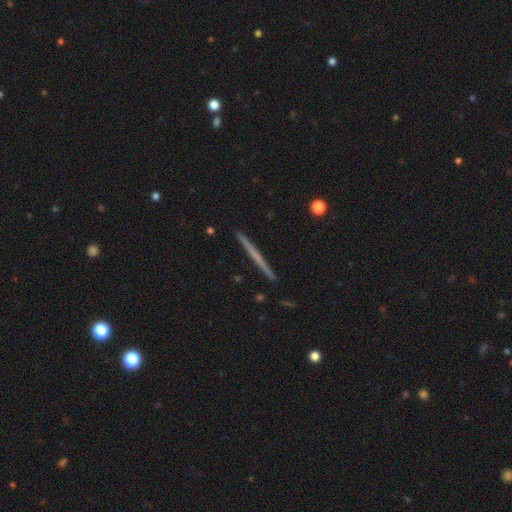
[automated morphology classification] The model was most divided on "smooth or featured": featured or disk: 56%, smooth: 39%, star or artifact: 5%. More confident: edge-on disk — yes (98%); merging — none (93%); edge-on bulge — none (89%).